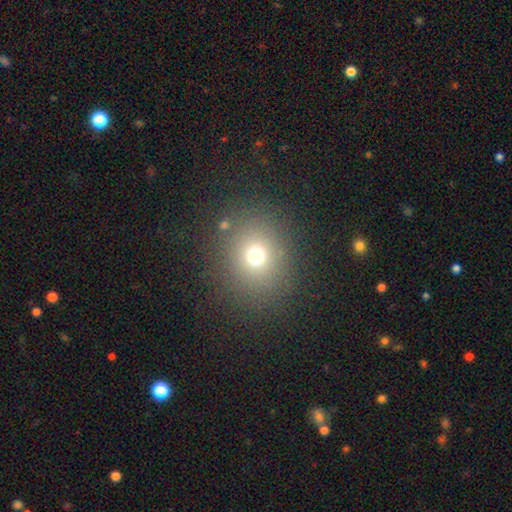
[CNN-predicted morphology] smooth 70%, star or artifact 21%, featured or disk 9%. Down the decision tree: how rounded — round (76%); merging — none (84%).